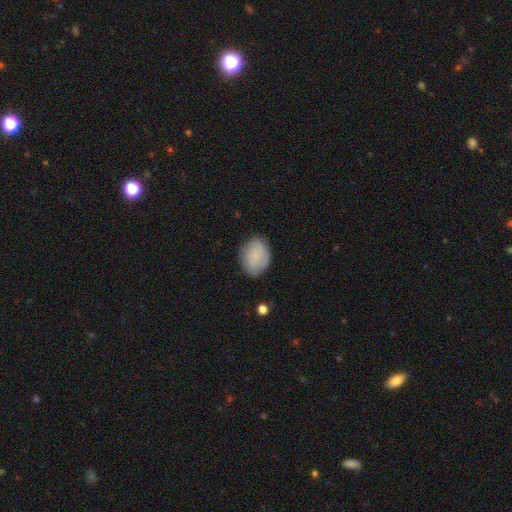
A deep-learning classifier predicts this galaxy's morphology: smooth-or-featured: smooth: 71% | featured or disk: 21% | star or artifact: 8%
  how-rounded: in between: 63% | round: 36% | cigar-shaped: 1%
  merging: none: 77% | minor disturbance: 17% | major disturbance: 4% | merger: 1%